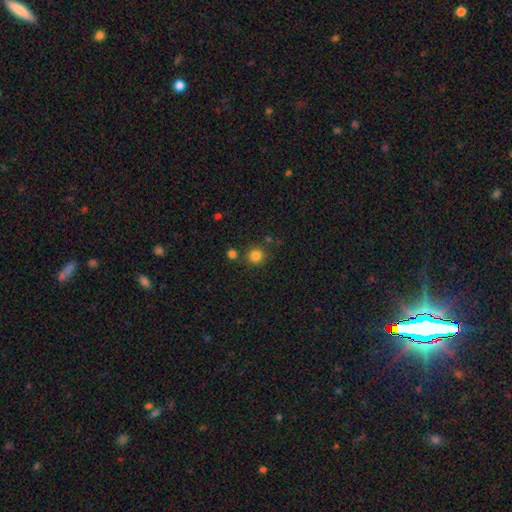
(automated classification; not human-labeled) smooth 83%, star or artifact 13%, featured or disk 4%. Down the decision tree: how rounded — round (92%); merging — none (82%).